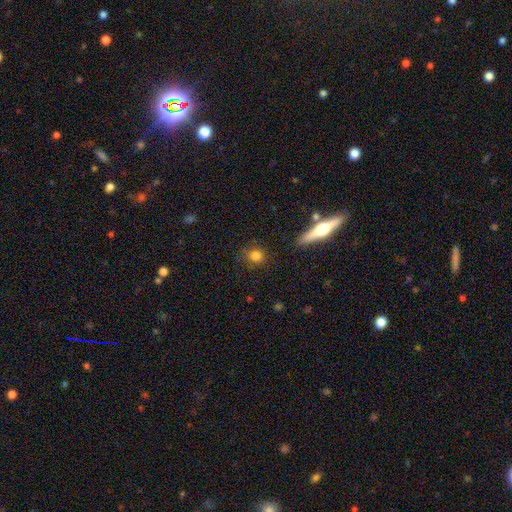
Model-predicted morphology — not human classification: type=smooth (81%); roundness=round (83%); merging=none (81%).